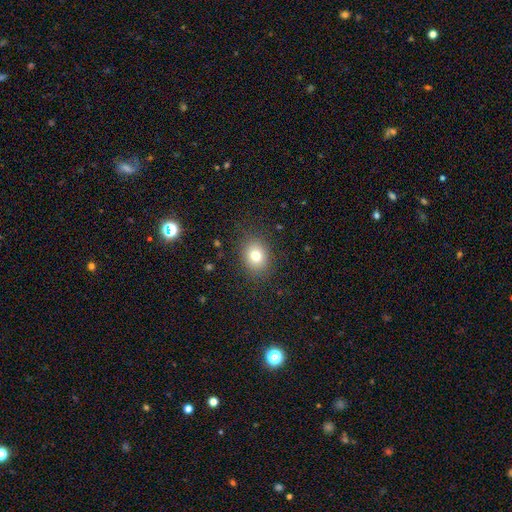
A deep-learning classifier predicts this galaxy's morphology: Smooth or featured: smooth — 77% (star or artifact — 13%)
How rounded: round — 56% (in between — 43%)
Merging: none — 87% (minor disturbance — 9%)